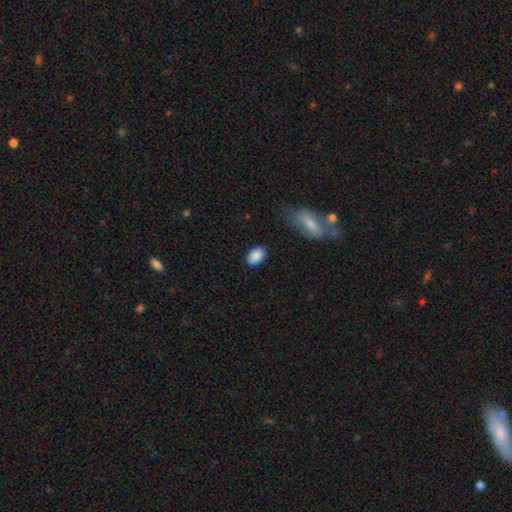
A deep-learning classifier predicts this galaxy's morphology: Smooth or featured? smooth (88%)
How rounded? in between (88%)
Merging? none (85%)